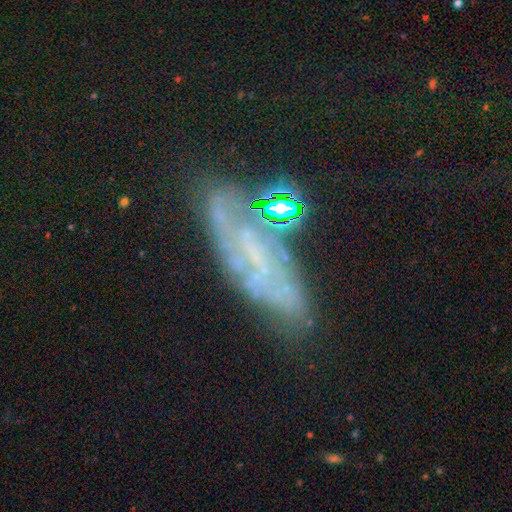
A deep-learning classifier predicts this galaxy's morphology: Smooth or featured?
  - featured or disk: 57% *
  - star or artifact: 22%
  - smooth: 21%
Edge-on disk?
  - no: 77% *
  - yes: 23%
Merging?
  - none: 52% *
  - minor disturbance: 22%
  - major disturbance: 16%
  - merger: 11%